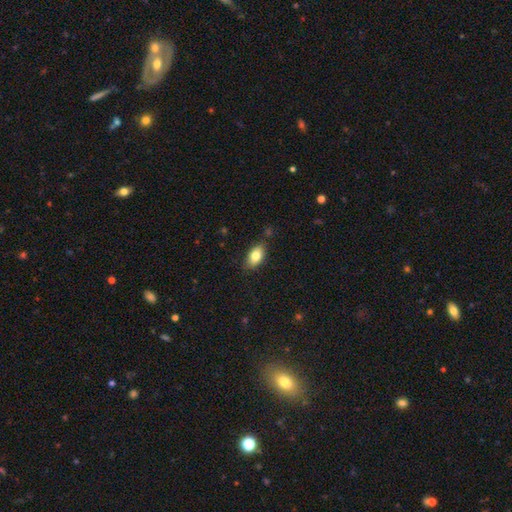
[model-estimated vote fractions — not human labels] Morphology: type=smooth (81%); roundness=in between (89%); merging=none (79%).